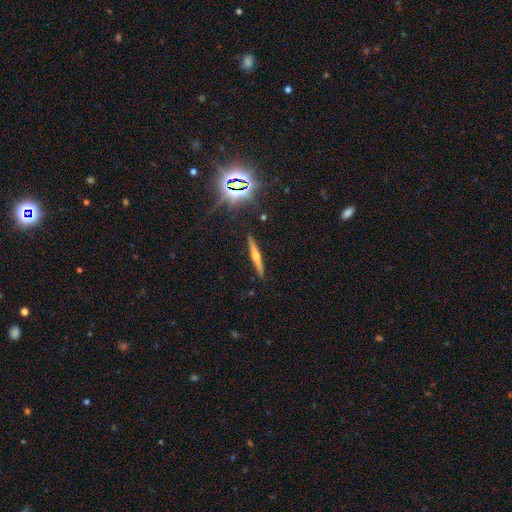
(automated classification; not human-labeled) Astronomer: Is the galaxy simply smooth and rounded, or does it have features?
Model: featured or disk — 63%.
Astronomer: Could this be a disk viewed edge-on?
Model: yes — 97%.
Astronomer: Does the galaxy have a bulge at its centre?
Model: rounded — 87%.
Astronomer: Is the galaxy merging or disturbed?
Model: none — 90%.